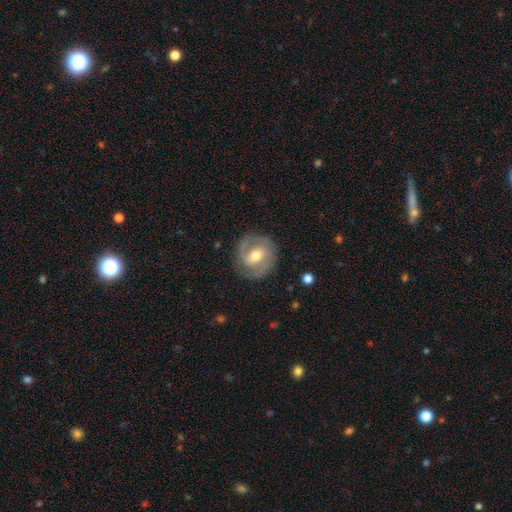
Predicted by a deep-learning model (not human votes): Smooth or featured?
  - featured or disk: 76% *
  - smooth: 18%
  - star or artifact: 6%
Edge-on disk?
  - no: 97% *
  - yes: 3%
Bar?
  - weak: 47% *
  - no: 27%
  - strong: 26%
Spiral arms?
  - yes: 88% *
  - no: 12%
Spiral winding?
  - medium: 44% *
  - tight: 42%
  - loose: 13%
Spiral arm count?
  - 2: 83% *
  - can't tell: 8%
  - 1: 5%
  - 3: 2%
  - 4: 1%
  - more than 4: 1%
Bulge size?
  - moderate: 70% *
  - small: 23%
  - large: 5%
  - none: 1%
  - dominant: 1%
Merging?
  - none: 82% *
  - minor disturbance: 12%
  - major disturbance: 5%
  - merger: 1%